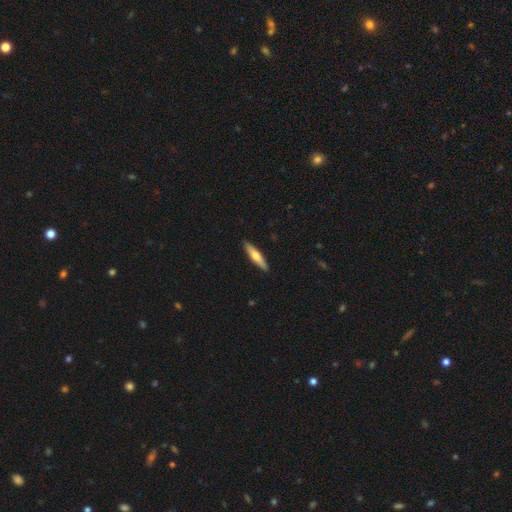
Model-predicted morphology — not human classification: smooth 57%, featured or disk 38%, star or artifact 5%. Down the decision tree: how rounded — cigar-shaped (83%); merging — none (90%).